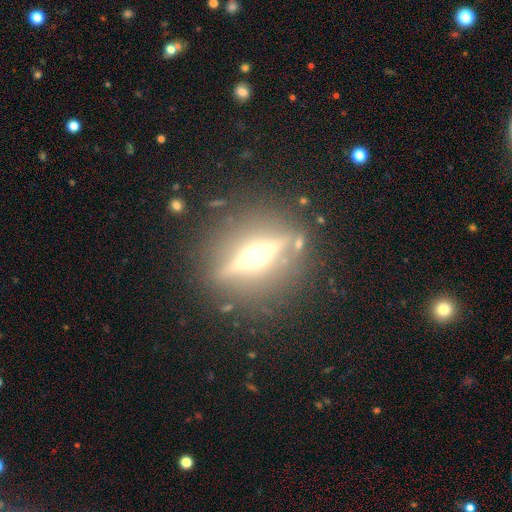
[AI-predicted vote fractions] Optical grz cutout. It shows a featured or disk galaxy (79%) viewed edge-on (91%) with a rounded central bulge (95%). Merging: none (85%).